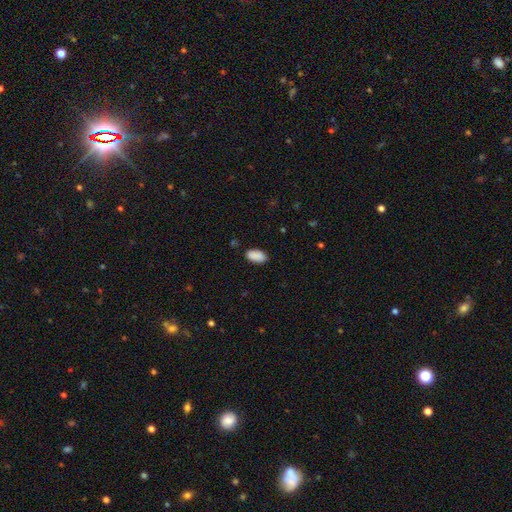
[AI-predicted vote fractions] A smooth galaxy with no disk features (90%) that is in between round and cigar-shaped (94%). Merging: none (86%).